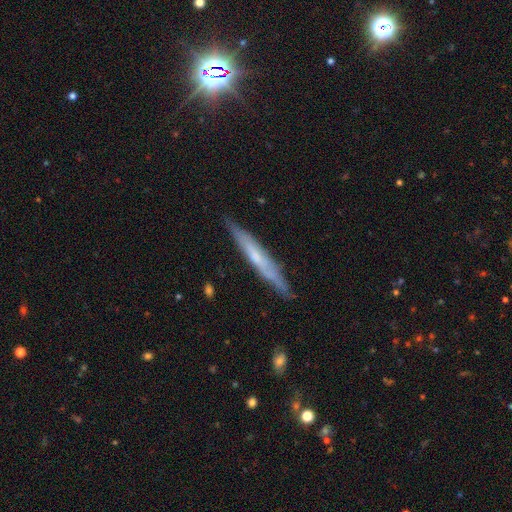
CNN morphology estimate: Smooth or featured? Predicted: featured or disk (p=0.55). Edge-on disk? Predicted: yes (p=0.89). Merging? Predicted: none (p=0.82).